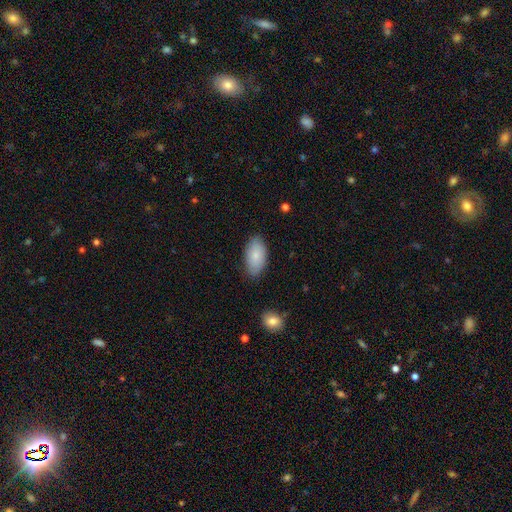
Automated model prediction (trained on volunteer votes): Smooth or featured? smooth (82%)
How rounded? in between (95%)
Merging? none (79%)